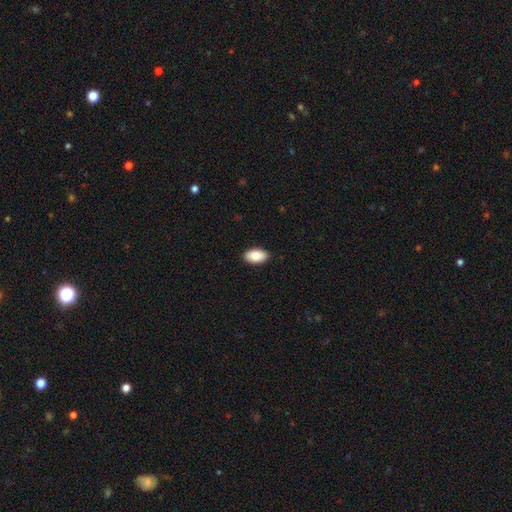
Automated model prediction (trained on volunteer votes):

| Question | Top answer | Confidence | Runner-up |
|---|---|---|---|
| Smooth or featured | smooth | 86% | featured or disk (7%) |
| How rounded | in between | 95% | round (3%) |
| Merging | none | 90% | minor disturbance (7%) |